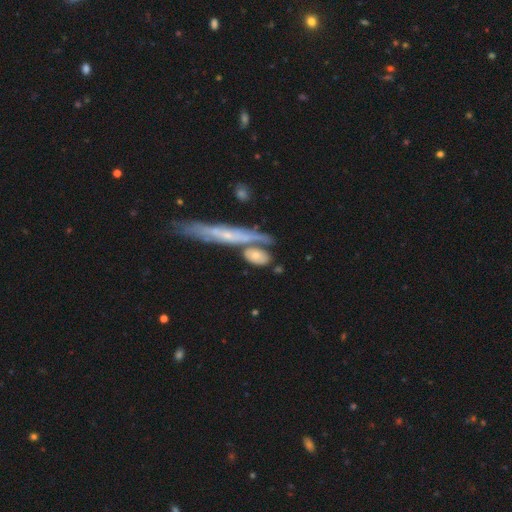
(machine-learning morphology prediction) This appears to be a smooth galaxy with no disk features (59%) that is in between round and cigar-shaped (67%). Merging: none (44%).